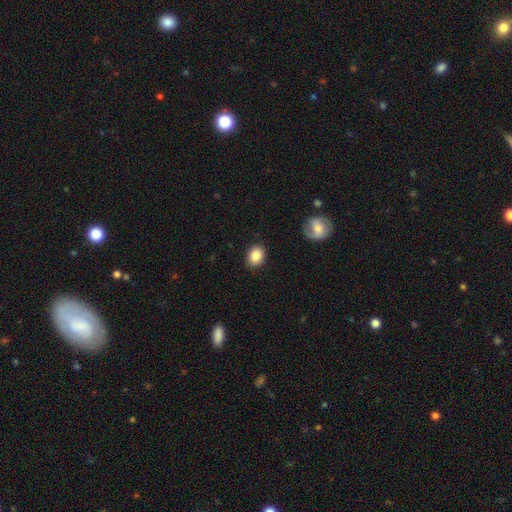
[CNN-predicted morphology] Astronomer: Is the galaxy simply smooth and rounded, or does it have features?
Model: smooth — 85%.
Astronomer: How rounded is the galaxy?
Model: in between — 54% (runner-up: round, 45%).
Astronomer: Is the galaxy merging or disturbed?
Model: none — 86%.